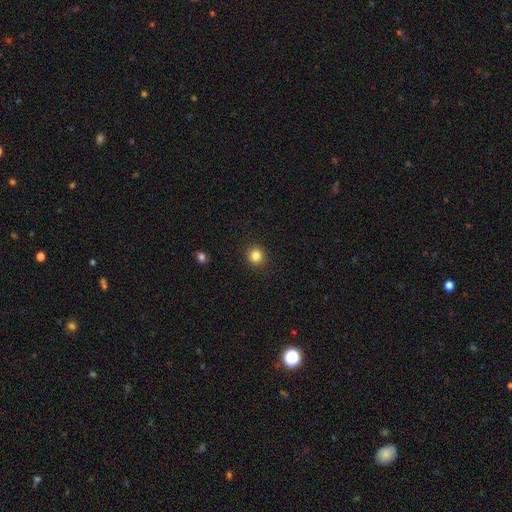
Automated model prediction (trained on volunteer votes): The model was most divided on "smooth or featured": smooth: 84%, star or artifact: 11%, featured or disk: 5%. More confident: how rounded — round (92%); merging — none (91%).